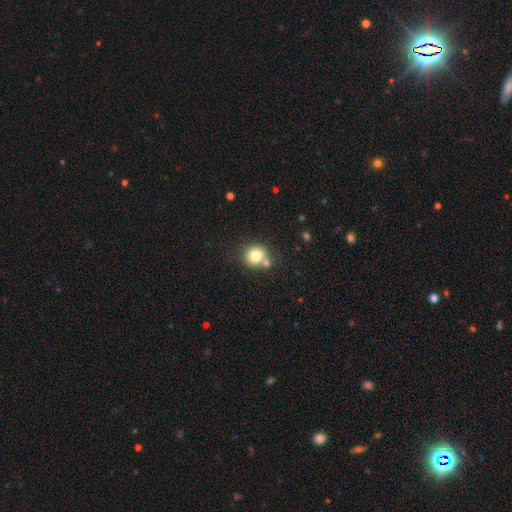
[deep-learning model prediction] Morphology: type=smooth (78%); roundness=round (85%); merging=none (61%).